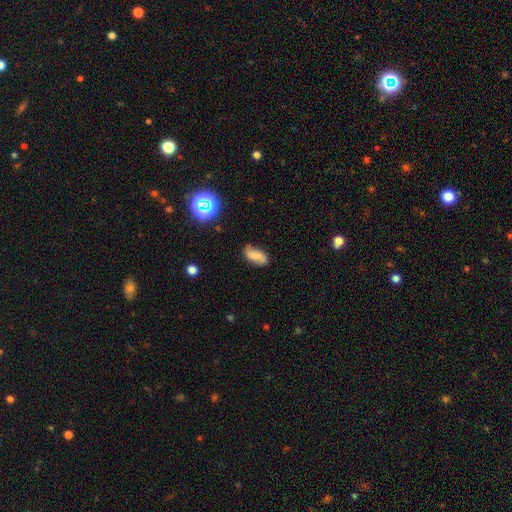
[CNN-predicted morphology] This is possibly a smooth galaxy (51%). How rounded: clearly in between (88%). Merging: likely none (72%).